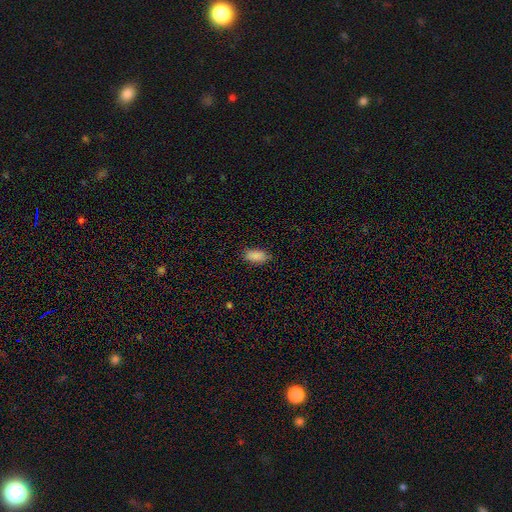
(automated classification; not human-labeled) Q: Smooth or featured?
A: smooth (88%); runner-up: star or artifact (8%)
Q: How rounded?
A: in between (92%); runner-up: cigar-shaped (5%)
Q: Merging?
A: none (82%); runner-up: minor disturbance (14%)